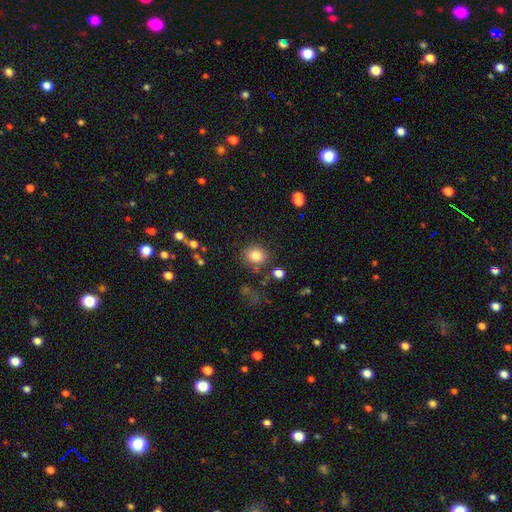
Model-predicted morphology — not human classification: type=smooth (83%); roundness=round (70%); merging=none (78%).